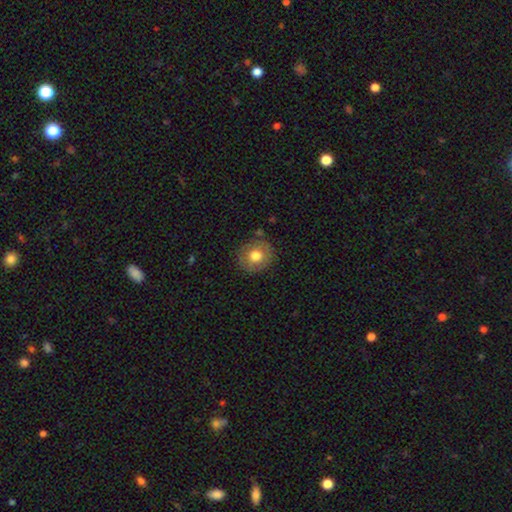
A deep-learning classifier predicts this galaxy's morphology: Smooth or featured?
  - smooth: 71% *
  - featured or disk: 21%
  - star or artifact: 9%
How rounded?
  - round: 85% *
  - in between: 14%
  - cigar-shaped: 1%
Merging?
  - none: 85% *
  - minor disturbance: 10%
  - major disturbance: 3%
  - merger: 2%